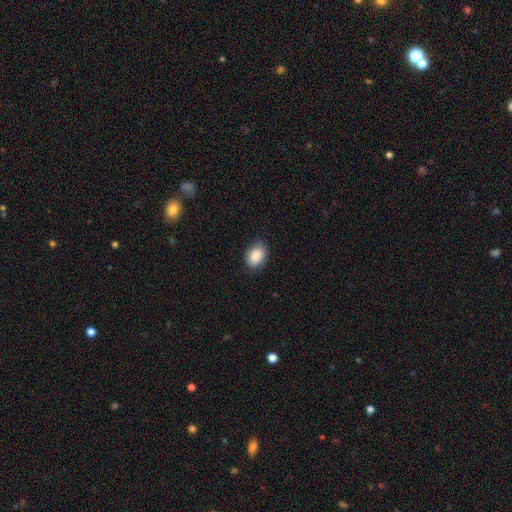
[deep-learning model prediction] smooth_or_featured: smooth (p=0.88) [alt: star or artifact p=0.07]
how_rounded: in between (p=0.76) [alt: round p=0.23]
merging: none (p=0.83) [alt: minor disturbance p=0.14]